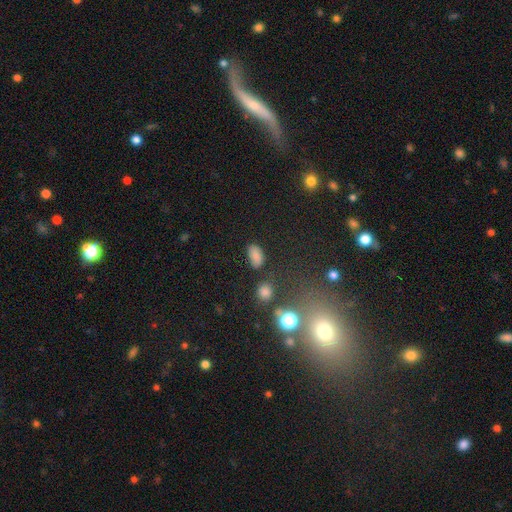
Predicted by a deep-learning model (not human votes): Overall: smooth (77%). How rounded: in between (90%). Merging: none (71%).